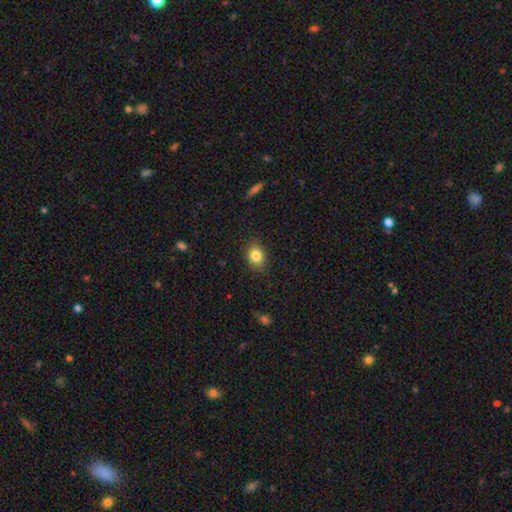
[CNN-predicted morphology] Smooth or featured: smooth — 83% (star or artifact — 10%)
How rounded: in between — 59% (round — 40%)
Merging: none — 85% (minor disturbance — 11%)